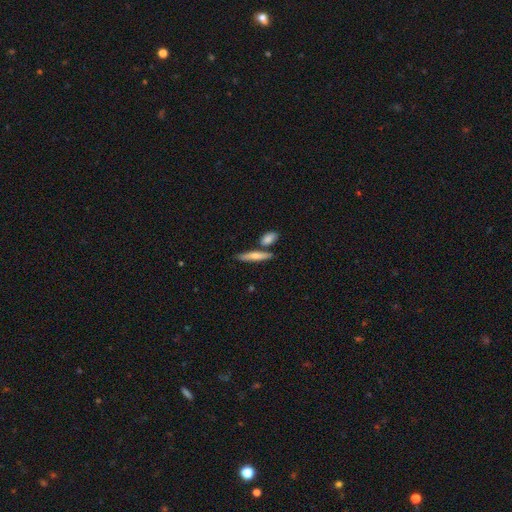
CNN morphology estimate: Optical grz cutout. It shows a smooth galaxy with no disk features (59%) that is cigar-shaped (80%). Merging: none (71%).